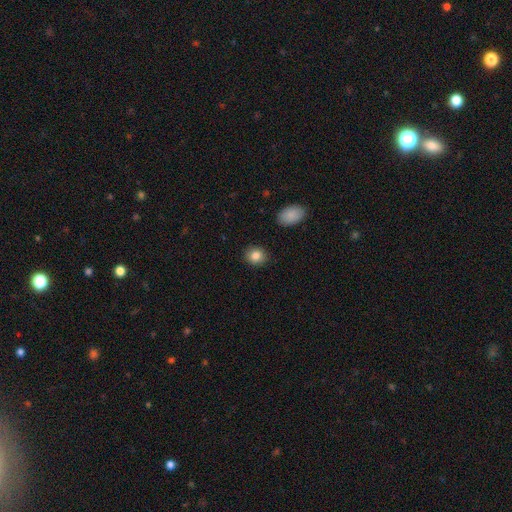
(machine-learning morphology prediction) This appears to be a smooth galaxy with no disk features (85%) that is round (69%). Merging: none (89%).